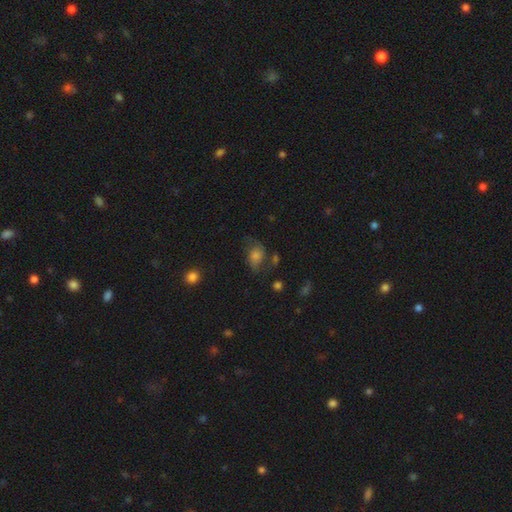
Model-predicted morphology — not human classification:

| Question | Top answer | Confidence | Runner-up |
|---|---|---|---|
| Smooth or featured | smooth | 56% | featured or disk (30%) |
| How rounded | in between | 67% | round (31%) |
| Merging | none | 47% | minor disturbance (28%) |